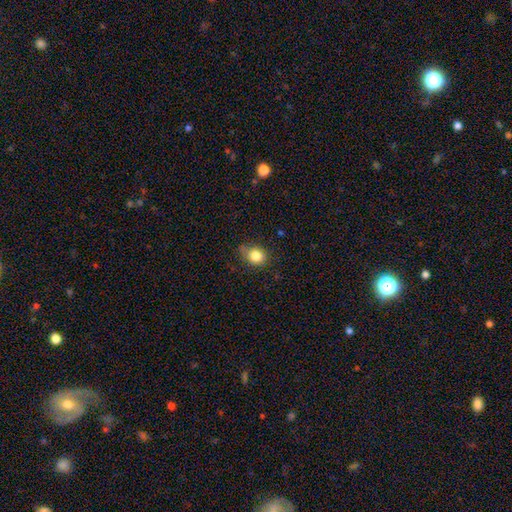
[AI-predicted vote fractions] A smooth galaxy with no disk features (82%) that is round (62%).

Vote fractions:
- Smooth or featured? smooth: 82% / star or artifact: 10% / featured or disk: 7%
- How rounded? round: 62% / in between: 37% / cigar-shaped: 1%
- Merging? none: 66% / minor disturbance: 26% / major disturbance: 6% / merger: 2%